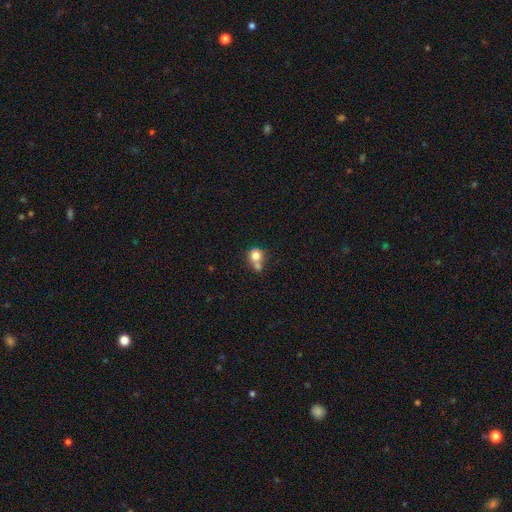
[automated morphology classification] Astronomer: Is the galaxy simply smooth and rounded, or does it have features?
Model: smooth — 75%.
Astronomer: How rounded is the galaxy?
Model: round — 81%.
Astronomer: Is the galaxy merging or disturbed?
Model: merger — 52% (runner-up: none, 34%).